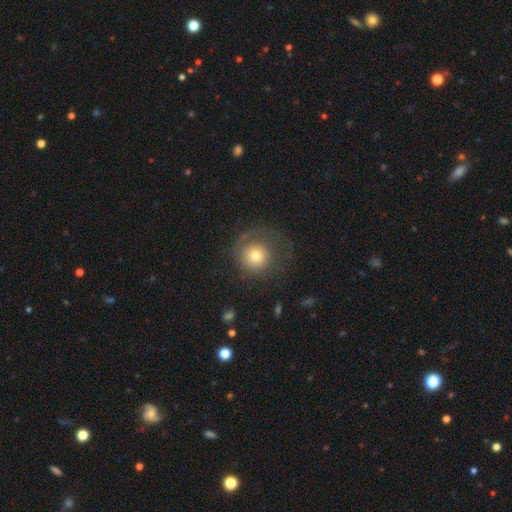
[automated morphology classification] A smooth galaxy with no disk features (64%) that is round (92%). Merging: none (55%).